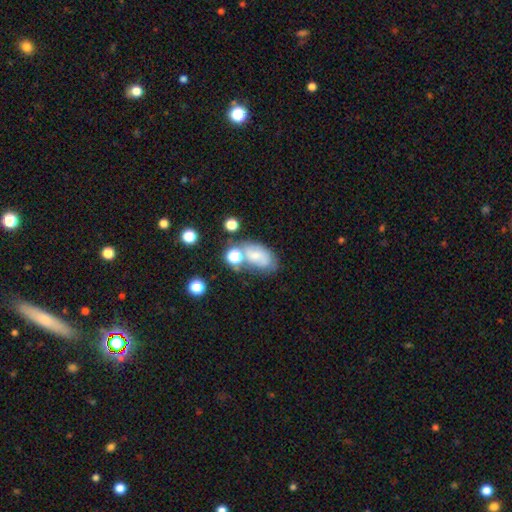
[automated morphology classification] The model was most divided on "merging": none: 44%, minor disturbance: 23%, merger: 21%, major disturbance: 12%. More confident: how rounded — in between (85%); smooth or featured — smooth (58%).